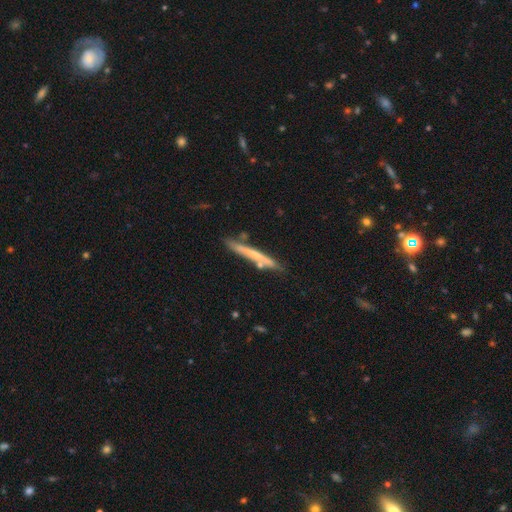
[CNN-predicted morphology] Overall: featured or disk (48%; smooth 46%). Merging: none (76%).